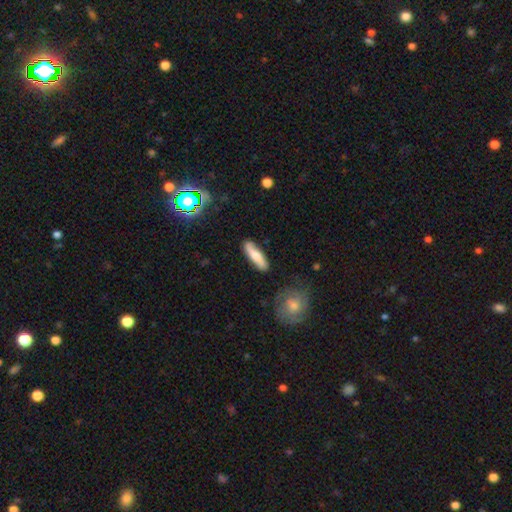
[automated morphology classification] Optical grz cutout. It shows a smooth galaxy with no disk features (58%) that is cigar-shaped (66%). Merging: none (82%).